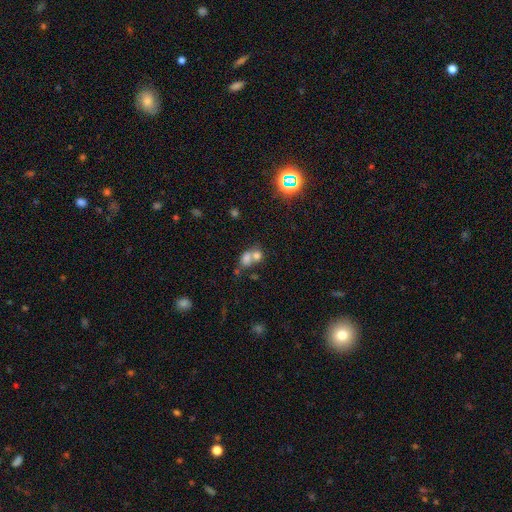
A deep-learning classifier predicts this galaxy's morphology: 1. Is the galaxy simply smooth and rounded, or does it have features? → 69% smooth, 16% featured or disk, 15% star or artifact.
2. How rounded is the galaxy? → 59% round, 40% in between, 2% cigar-shaped.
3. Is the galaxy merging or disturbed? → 64% merger, 26% none, 7% minor disturbance, 4% major disturbance.